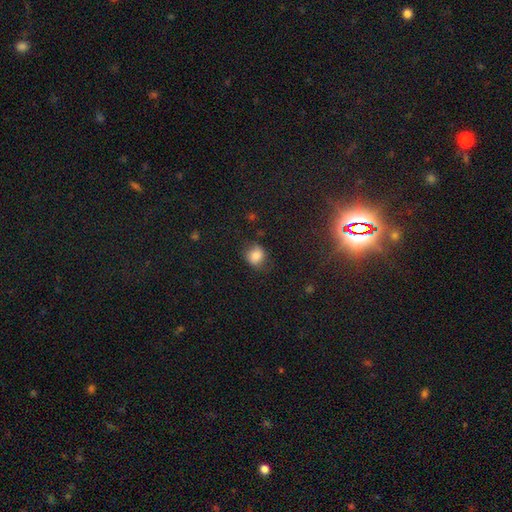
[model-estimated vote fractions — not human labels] Smooth or featured? smooth (79%)
How rounded? round (69%)
Merging? none (68%)